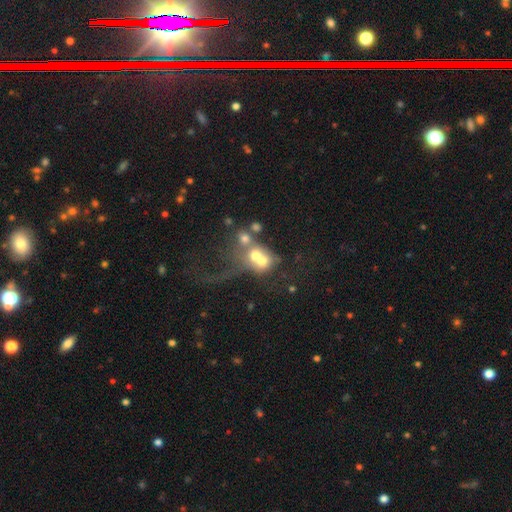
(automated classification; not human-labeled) This appears to be a smooth galaxy with no disk features (50%) that is round (63%). Merging: merger (63%).